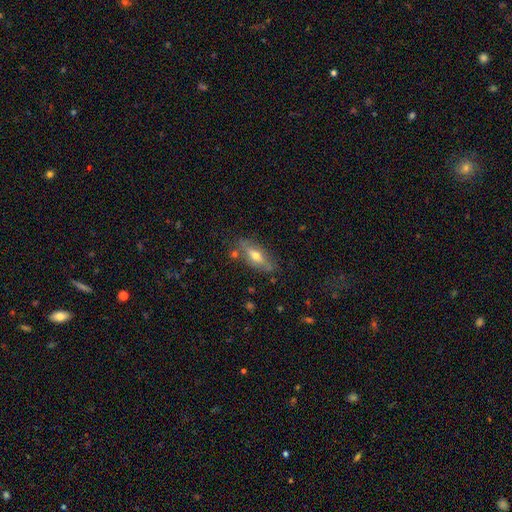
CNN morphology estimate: smooth 48%, featured or disk 45%, star or artifact 7%. Down the decision tree: merging — none (74%).